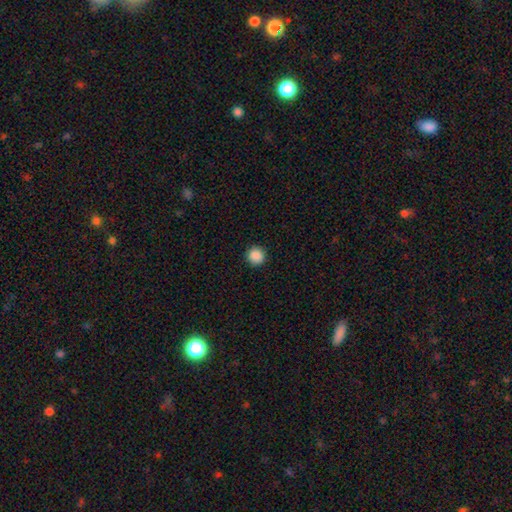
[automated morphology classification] Smooth or featured? smooth (88%)
How rounded? round (94%)
Merging? none (91%)